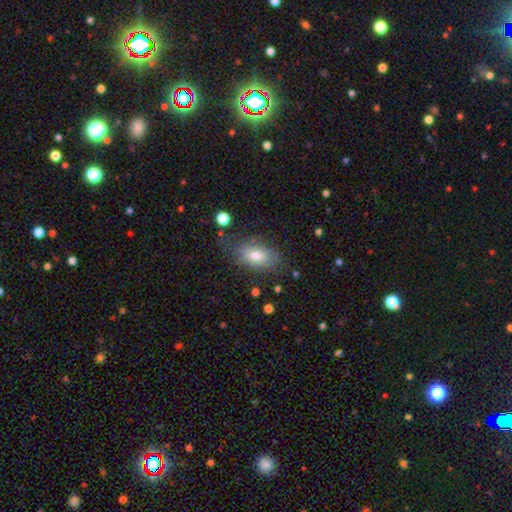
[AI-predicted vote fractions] This appears to be a smooth galaxy with no disk features (75%) that is in between round and cigar-shaped (90%). Merging: none (69%).